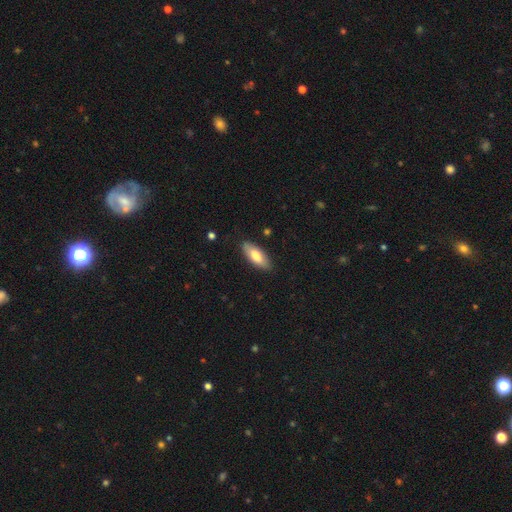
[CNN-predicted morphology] Smooth or featured: smooth — 74% (featured or disk — 20%)
How rounded: in between — 80% (cigar-shaped — 18%)
Merging: none — 85% (minor disturbance — 12%)